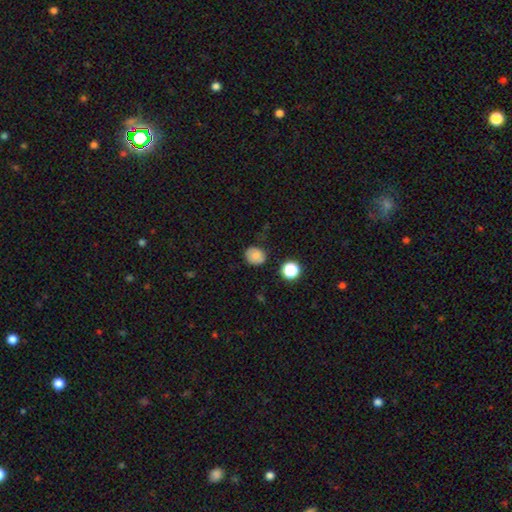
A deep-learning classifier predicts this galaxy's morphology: smooth-or-featured: smooth: 76% | featured or disk: 14% | star or artifact: 11%
  how-rounded: round: 76% | in between: 23% | cigar-shaped: 1%
  merging: none: 77% | minor disturbance: 17% | major disturbance: 4% | merger: 2%